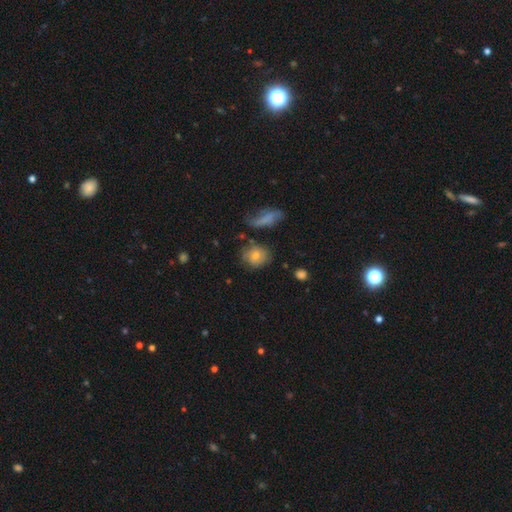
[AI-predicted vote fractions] This appears to be a smooth galaxy with no disk features (69%) that is round (66%). Merging: none (64%).